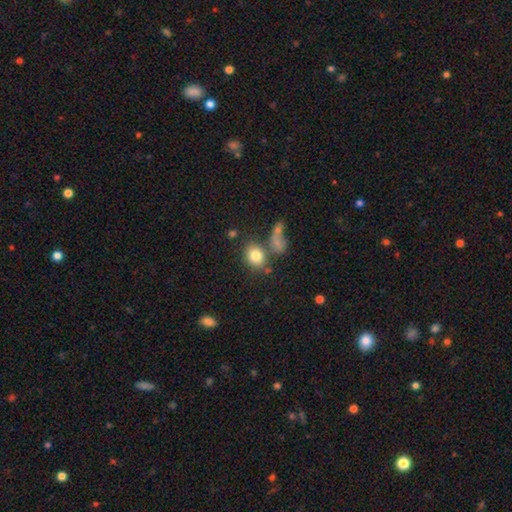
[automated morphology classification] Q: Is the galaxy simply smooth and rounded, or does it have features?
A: smooth — 80%.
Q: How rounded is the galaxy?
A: round — 51%.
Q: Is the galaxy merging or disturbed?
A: none — 61%.